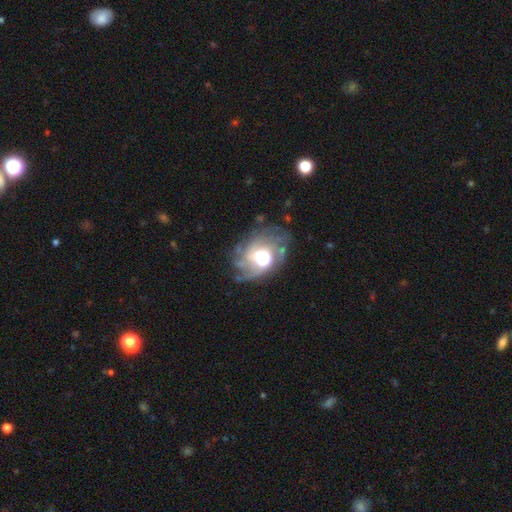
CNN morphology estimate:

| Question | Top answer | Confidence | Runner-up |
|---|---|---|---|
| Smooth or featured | featured or disk | 68% | smooth (16%) |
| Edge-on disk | no | 97% | yes (3%) |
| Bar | no | 70% | weak (22%) |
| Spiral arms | yes | 71% | no (29%) |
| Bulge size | large | 43% | moderate (40%) |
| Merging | none | 52% | major disturbance (23%) |